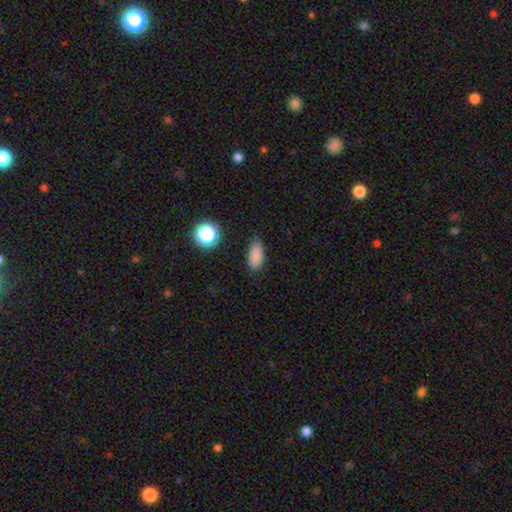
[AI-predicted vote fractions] smooth-or-featured: smooth: 84% | star or artifact: 12% | featured or disk: 5%
  how-rounded: in between: 86% | cigar-shaped: 9% | round: 6%
  merging: none: 82% | minor disturbance: 14% | major disturbance: 3% | merger: 2%